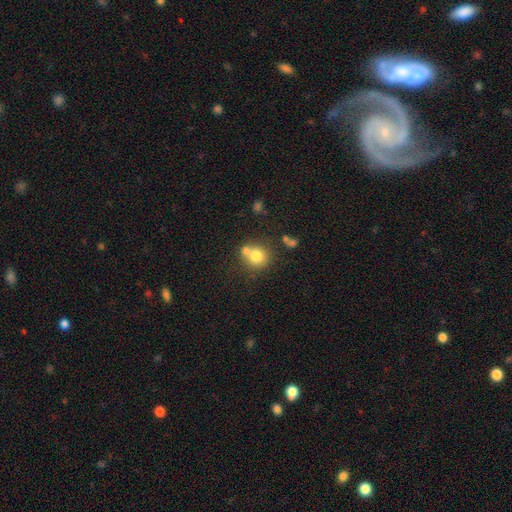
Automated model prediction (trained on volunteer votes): A smooth galaxy with no disk features (77%) that is round (87%). Merging: none (54%).